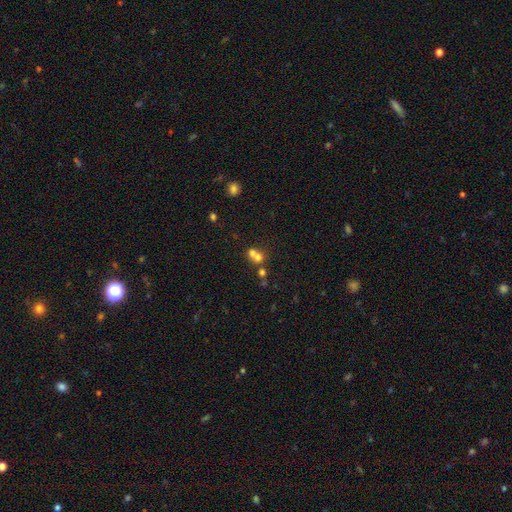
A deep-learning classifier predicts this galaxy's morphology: Smooth or featured?
  - smooth: 65% *
  - featured or disk: 18%
  - star or artifact: 17%
How rounded?
  - round: 80% *
  - in between: 19%
  - cigar-shaped: 1%
Merging?
  - merger: 62% *
  - none: 30%
  - minor disturbance: 5%
  - major disturbance: 3%